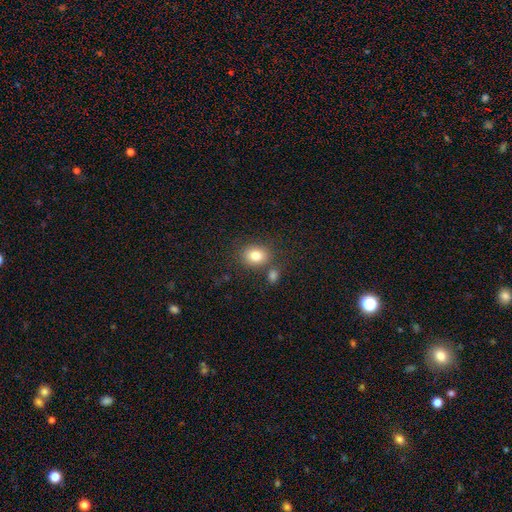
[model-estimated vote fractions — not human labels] smooth 81%, star or artifact 10%, featured or disk 8%. Down the decision tree: how rounded — round (60%); merging — none (72%).